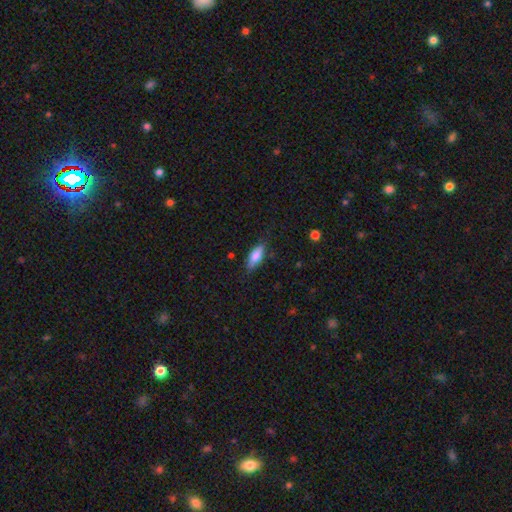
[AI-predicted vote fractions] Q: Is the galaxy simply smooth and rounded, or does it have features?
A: smooth — 73%.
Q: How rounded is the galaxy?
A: in between — 71%.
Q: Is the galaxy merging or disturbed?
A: none — 78%.